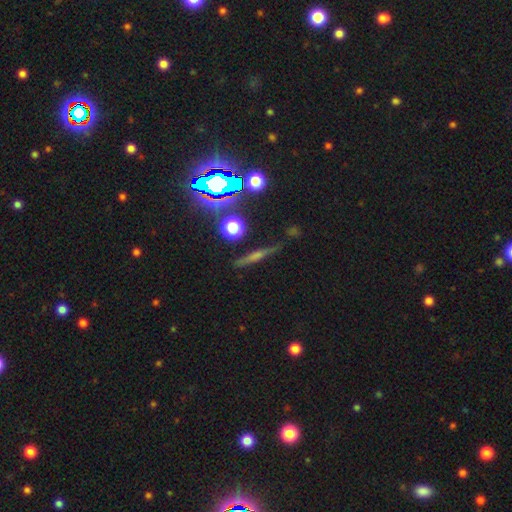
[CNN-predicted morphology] smooth-or-featured: featured or disk: 50% | smooth: 28% | star or artifact: 22%
  merging: none: 83% | minor disturbance: 11% | major disturbance: 3% | merger: 3%